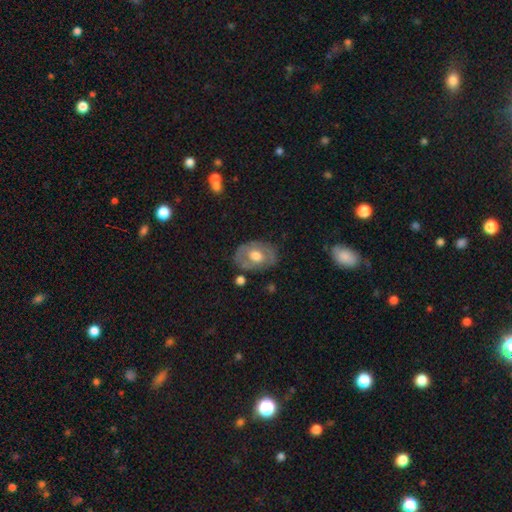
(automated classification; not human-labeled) Smooth or featured? featured or disk (49%)
Merging? none (75%)